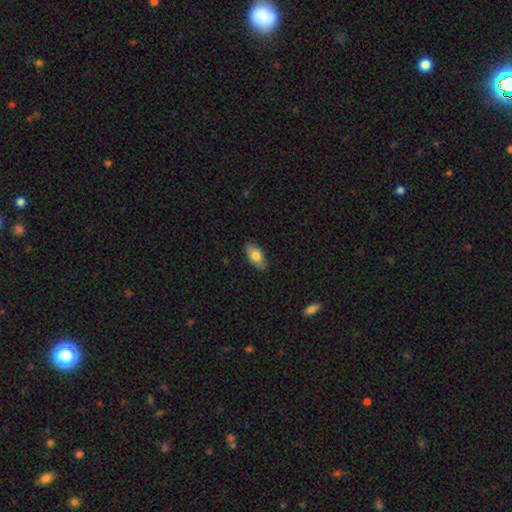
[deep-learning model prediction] smooth_or_featured: smooth (p=0.76) [alt: featured or disk p=0.17]
how_rounded: in between (p=0.91) [alt: cigar-shaped p=0.05]
merging: none (p=0.85) [alt: minor disturbance p=0.12]